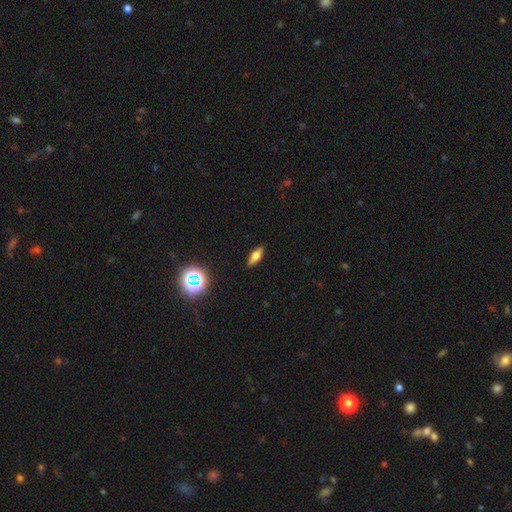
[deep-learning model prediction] Morphology: type=smooth (62%); roundness=in between (64%); merging=none (89%).